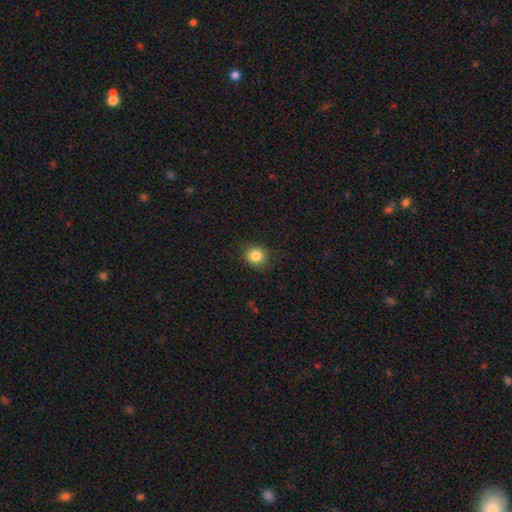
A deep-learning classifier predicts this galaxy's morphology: smooth_or_featured: smooth (p=0.85) [alt: star or artifact p=0.10]
how_rounded: round (p=0.86) [alt: in between p=0.13]
merging: none (p=0.90) [alt: minor disturbance p=0.07]